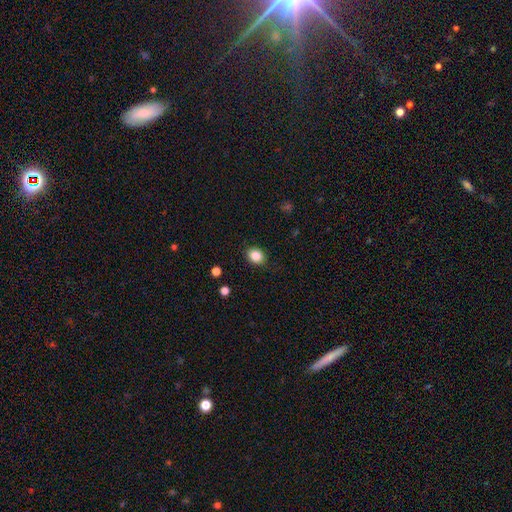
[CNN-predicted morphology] The model was most divided on "how rounded": in between: 51%, round: 48%, cigar-shaped: 1%. More confident: merging — none (88%); smooth or featured — smooth (85%).